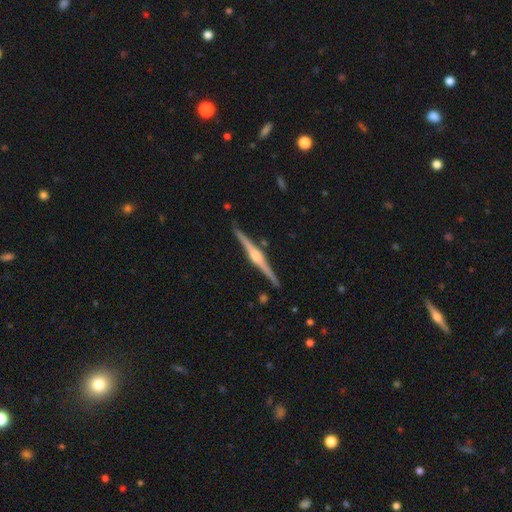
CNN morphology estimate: smooth_or_featured: featured or disk (p=0.86) [alt: smooth p=0.09]
disk_edge_on: yes (p=0.99) [alt: no p=0.01]
edge_on_bulge: rounded (p=0.86) [alt: boxy p=0.10]
merging: none (p=0.90) [alt: minor disturbance p=0.07]